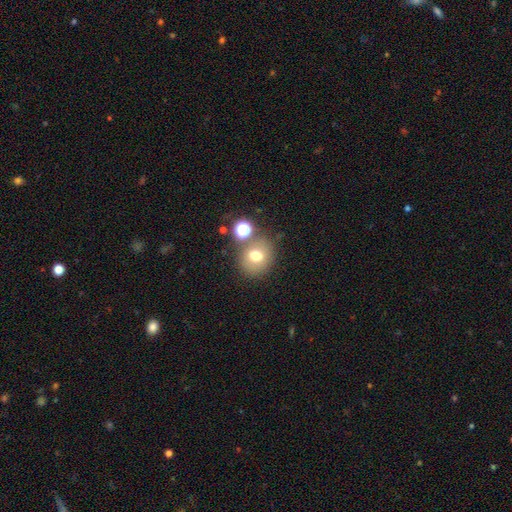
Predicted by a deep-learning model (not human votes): smooth 70%, featured or disk 15%, star or artifact 15%. Down the decision tree: how rounded — round (76%); merging — none (71%).